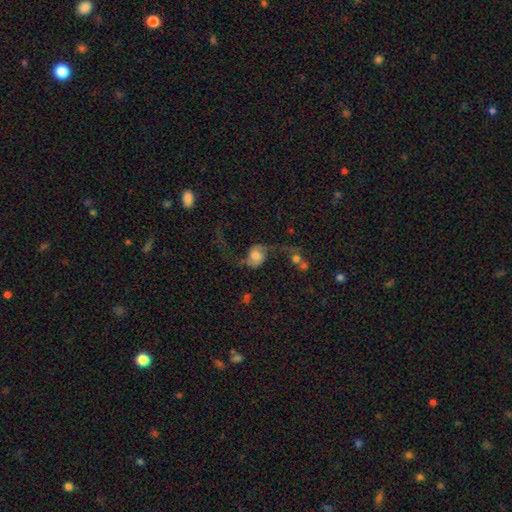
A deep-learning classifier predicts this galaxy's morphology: Smooth or featured: featured or disk — 72% (smooth — 20%)
Edge-on disk: no — 97% (yes — 3%)
Bar: no — 65% (weak — 28%)
Spiral arms: yes — 91% (no — 9%)
Spiral winding: loose — 87% (medium — 10%)
Spiral arm count: 2 — 92% (1 — 4%)
Bulge size: large — 31% (tied with moderate — 31%)
Merging: none — 42% (major disturbance — 28%)